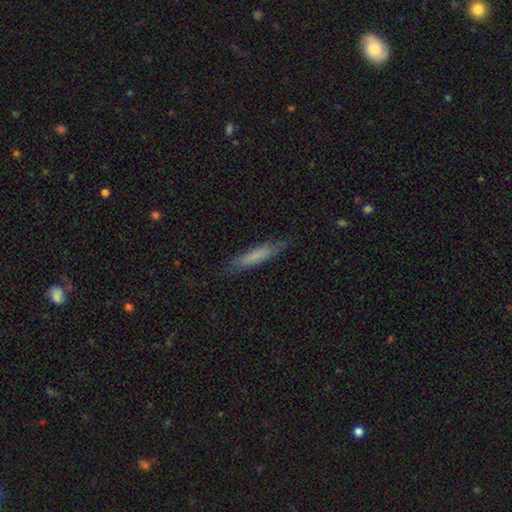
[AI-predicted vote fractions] Morphology: type=smooth (71%); roundness=cigar-shaped (90%); merging=none (83%).